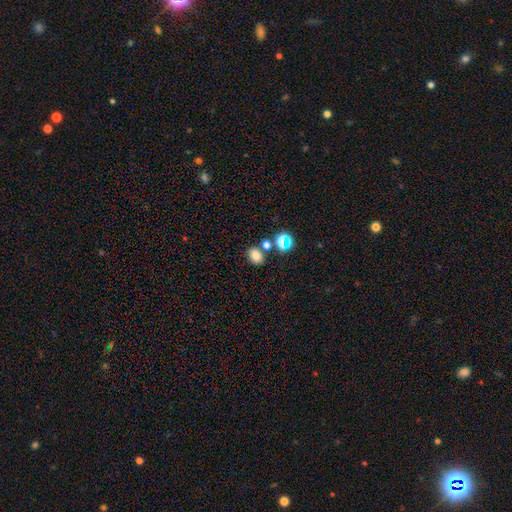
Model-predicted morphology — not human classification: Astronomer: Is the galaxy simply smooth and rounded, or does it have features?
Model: smooth — 75%.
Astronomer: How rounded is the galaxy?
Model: in between — 62%.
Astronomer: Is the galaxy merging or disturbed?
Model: none — 69%.